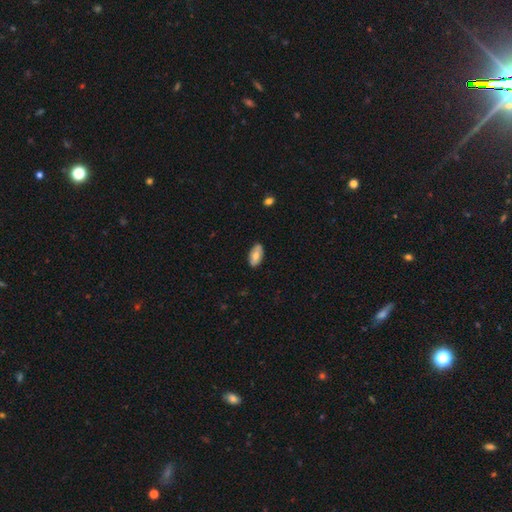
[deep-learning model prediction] smooth-or-featured: smooth: 66% | featured or disk: 28% | star or artifact: 6%
  how-rounded: in between: 92% | cigar-shaped: 5% | round: 3%
  merging: none: 84% | minor disturbance: 13% | major disturbance: 2% | merger: 1%